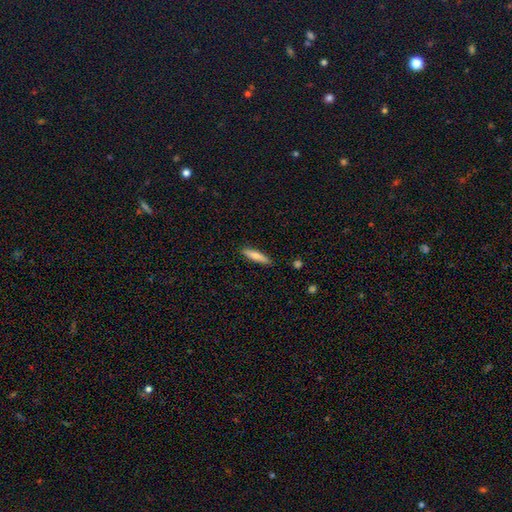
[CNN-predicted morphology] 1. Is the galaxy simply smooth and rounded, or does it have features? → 75% smooth, 19% featured or disk, 6% star or artifact.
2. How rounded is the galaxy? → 79% cigar-shaped, 20% in between, 2% round.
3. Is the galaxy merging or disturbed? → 87% none, 10% minor disturbance, 2% major disturbance, 1% merger.